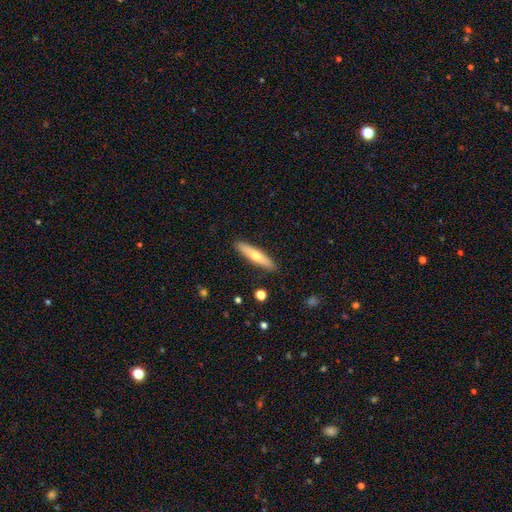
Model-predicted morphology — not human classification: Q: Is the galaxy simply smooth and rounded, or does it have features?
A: smooth — 59%.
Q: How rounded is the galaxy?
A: cigar-shaped — 83%.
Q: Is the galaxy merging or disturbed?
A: none — 90%.